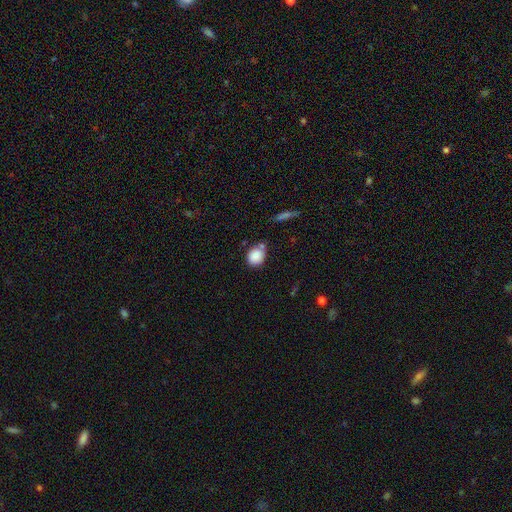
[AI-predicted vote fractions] Smooth or featured?
  - smooth: 86% *
  - star or artifact: 8%
  - featured or disk: 6%
How rounded?
  - round: 64% *
  - in between: 34%
  - cigar-shaped: 1%
Merging?
  - none: 60% *
  - minor disturbance: 22%
  - merger: 13%
  - major disturbance: 5%